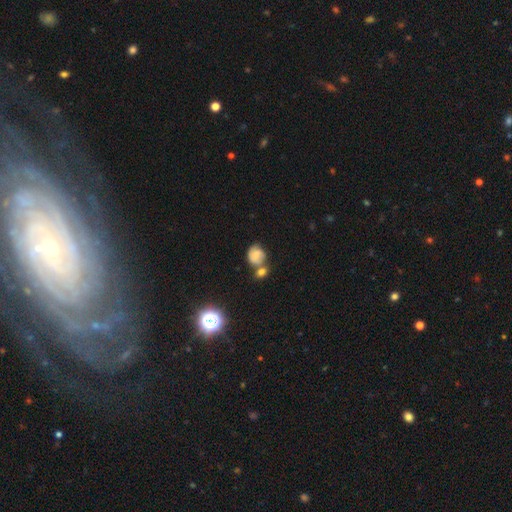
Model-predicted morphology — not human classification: Smooth or featured: smooth — 62% (featured or disk — 27%)
How rounded: round — 63% (in between — 36%)
Merging: merger — 41% (none — 37%)